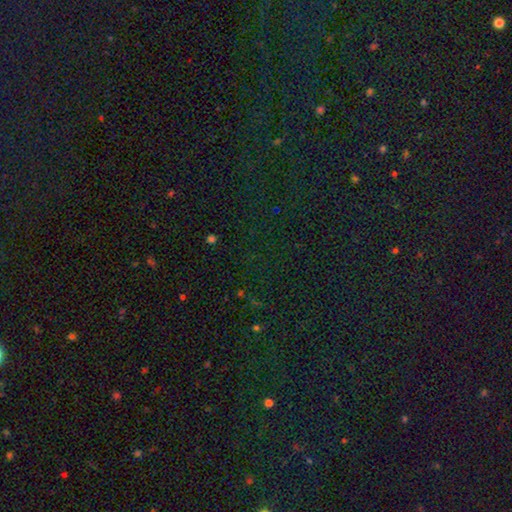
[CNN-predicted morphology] Smooth or featured? star or artifact (81%)